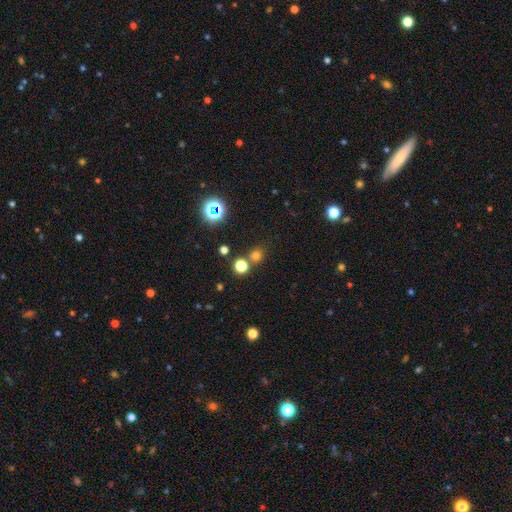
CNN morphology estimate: type=smooth (66%); roundness=round (85%); merging=none (71%).